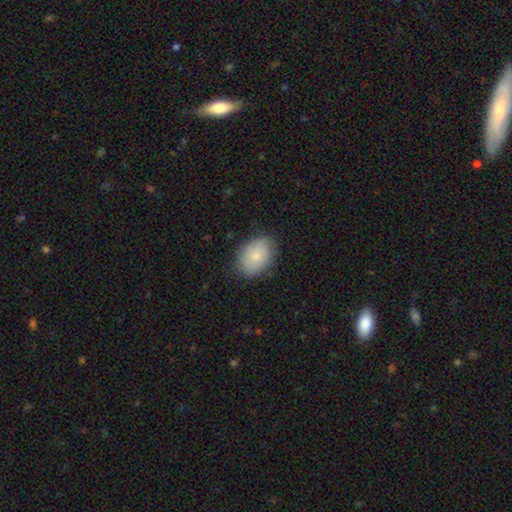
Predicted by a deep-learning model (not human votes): smooth-or-featured: smooth: 81% | featured or disk: 13% | star or artifact: 7%
  how-rounded: in between: 82% | round: 17% | cigar-shaped: 1%
  merging: none: 82% | minor disturbance: 14% | major disturbance: 3% | merger: 1%